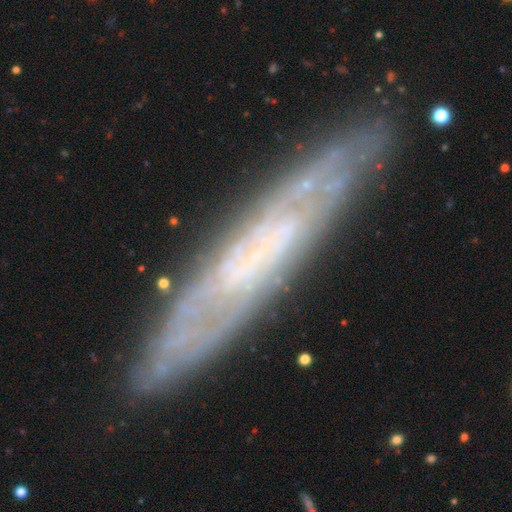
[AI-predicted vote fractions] smooth-or-featured: featured or disk: 70% | smooth: 22% | star or artifact: 8%
  disk-edge-on: yes: 57% | no: 43%
  merging: none: 84% | minor disturbance: 12% | major disturbance: 3% | merger: 2%